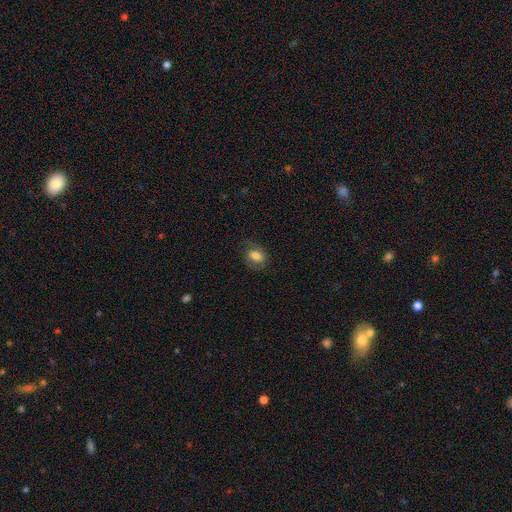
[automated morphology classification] A smooth galaxy with no disk features (70%) that is in between round and cigar-shaped (72%). Merging: none (69%).